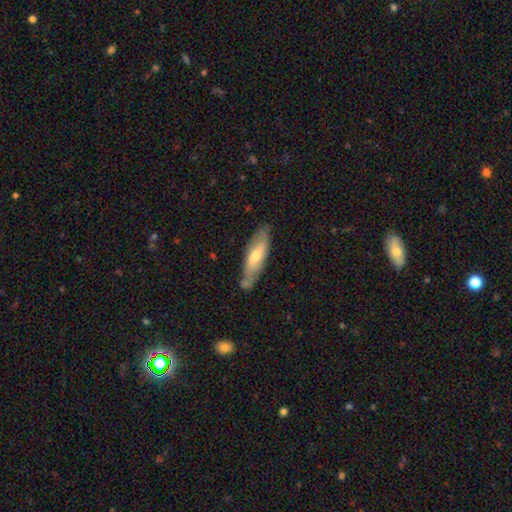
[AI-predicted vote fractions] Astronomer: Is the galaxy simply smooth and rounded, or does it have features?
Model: smooth — 51% (runner-up: featured or disk, 44%).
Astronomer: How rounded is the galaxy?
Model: cigar-shaped — 55% (runner-up: in between, 44%).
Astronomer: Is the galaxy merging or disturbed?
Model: none — 71%.